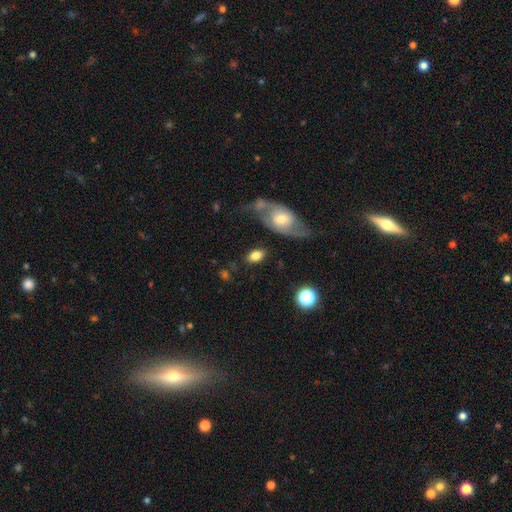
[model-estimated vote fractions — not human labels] The model was most divided on "merging": none: 70%, minor disturbance: 15%, merger: 8%, major disturbance: 7%. More confident: how rounded — in between (88%); smooth or featured — smooth (75%).